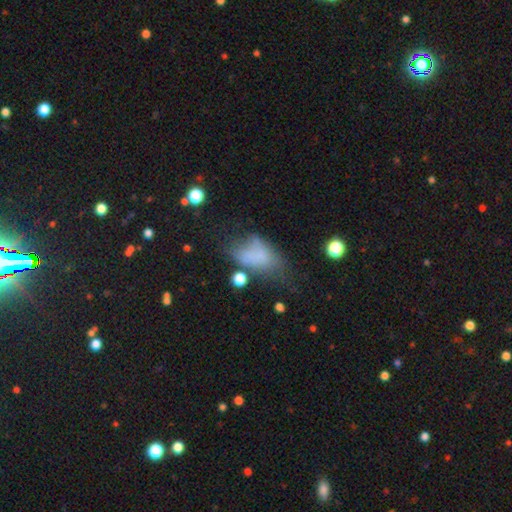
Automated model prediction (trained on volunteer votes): Morphology: type=smooth (61%); roundness=in between (88%); merging=major disturbance (36%).